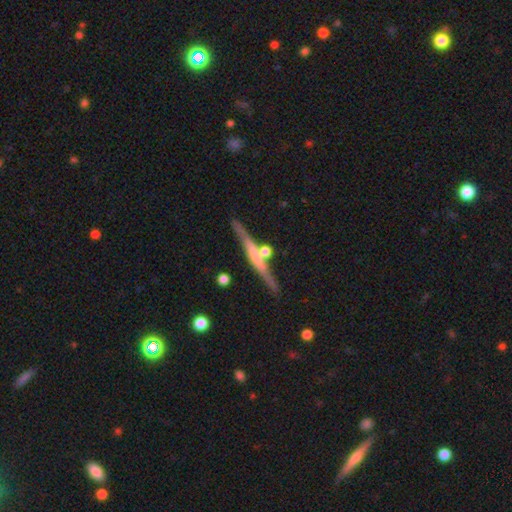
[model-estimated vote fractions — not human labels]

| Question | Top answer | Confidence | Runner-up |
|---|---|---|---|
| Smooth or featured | featured or disk | 66% | smooth (27%) |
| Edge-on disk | yes | 96% | no (4%) |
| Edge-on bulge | rounded | 43% | none (36%) |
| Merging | none | 75% | minor disturbance (11%) |